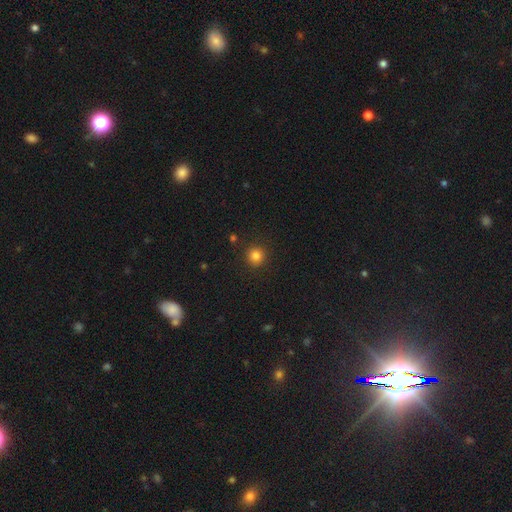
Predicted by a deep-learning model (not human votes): smooth_or_featured: smooth (p=0.83) [alt: star or artifact p=0.13]
how_rounded: round (p=0.94) [alt: in between p=0.05]
merging: none (p=0.90) [alt: minor disturbance p=0.06]